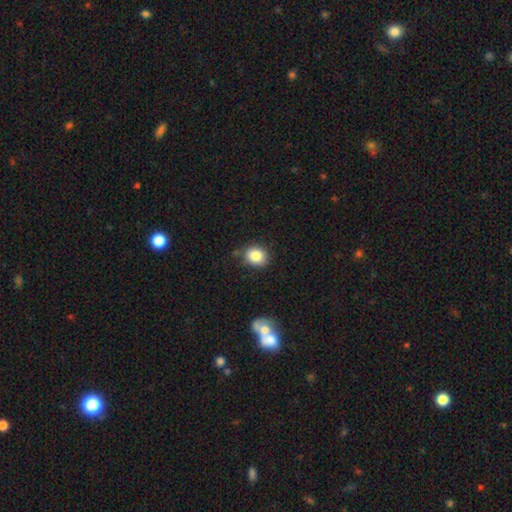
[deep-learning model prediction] smooth-or-featured: smooth: 85% | star or artifact: 10% | featured or disk: 6%
  how-rounded: round: 66% | in between: 33% | cigar-shaped: 1%
  merging: none: 79% | minor disturbance: 14% | merger: 4% | major disturbance: 3%